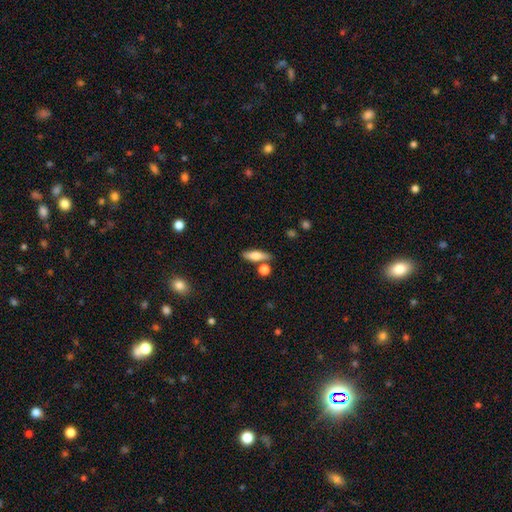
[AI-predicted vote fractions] Overall: smooth (68%). How rounded: cigar-shaped (52%; in between 44%). Merging: none (72%).